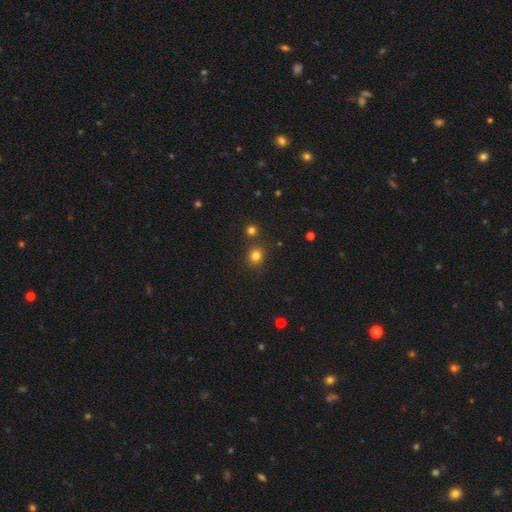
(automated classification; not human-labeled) smooth 80%, star or artifact 15%, featured or disk 5%. Down the decision tree: how rounded — round (77%); merging — none (81%).